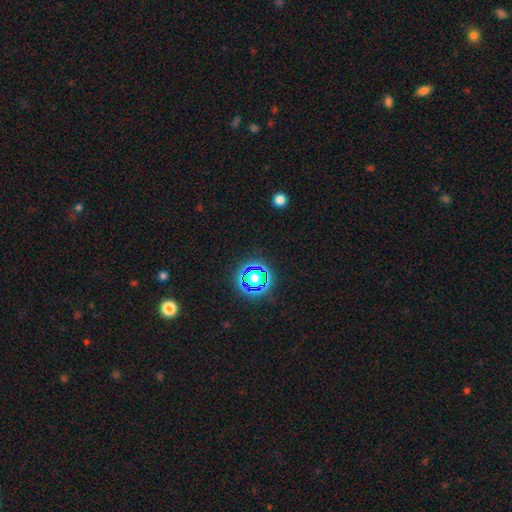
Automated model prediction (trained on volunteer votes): smooth_or_featured: star or artifact (p=0.74) [alt: smooth p=0.19]